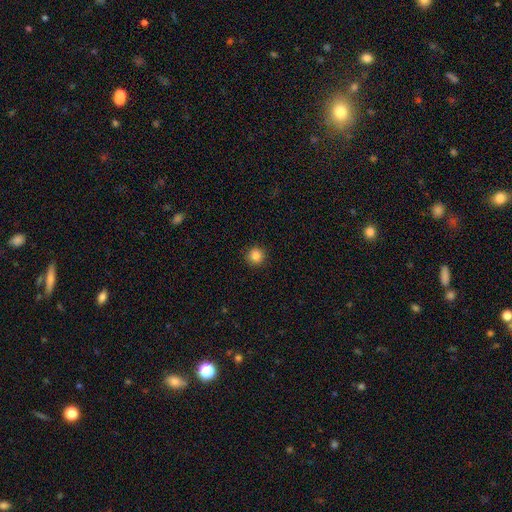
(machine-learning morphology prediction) Overall: smooth (85%). How rounded: round (95%). Merging: none (92%).